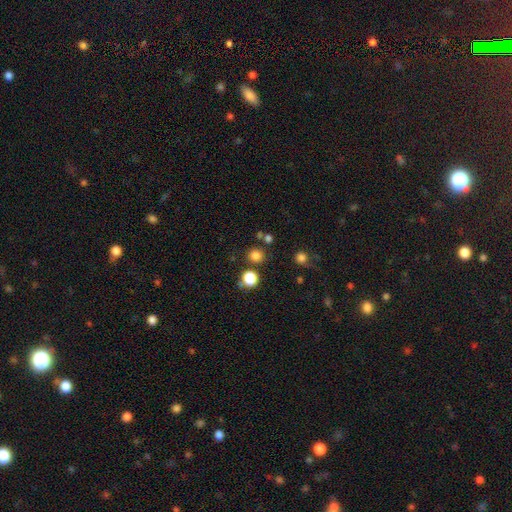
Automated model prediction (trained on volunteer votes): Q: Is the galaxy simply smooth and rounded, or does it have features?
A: smooth — 79%.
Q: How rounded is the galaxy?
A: round — 89%.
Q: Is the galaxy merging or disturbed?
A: none — 80%.